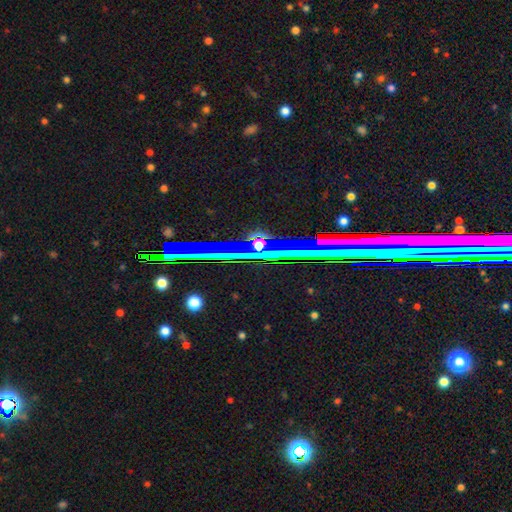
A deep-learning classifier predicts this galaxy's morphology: smooth-or-featured: star or artifact: 68% | featured or disk: 21% | smooth: 10%